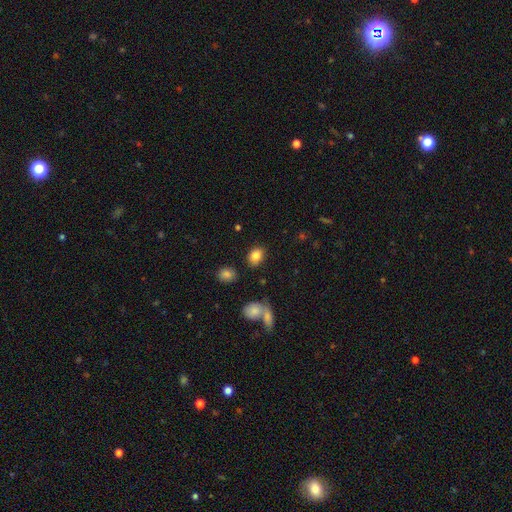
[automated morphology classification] Smooth or featured? smooth (83%)
How rounded? in between (66%)
Merging? none (83%)